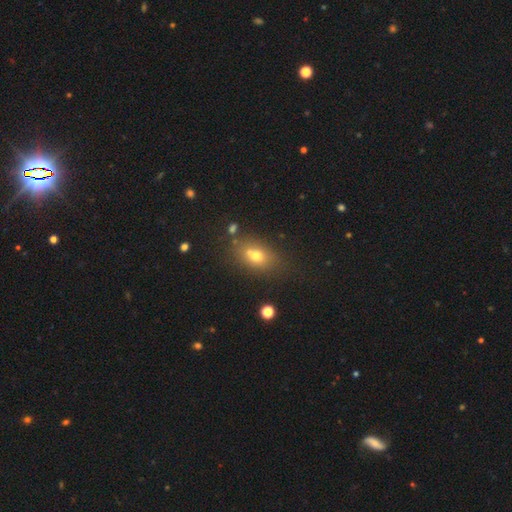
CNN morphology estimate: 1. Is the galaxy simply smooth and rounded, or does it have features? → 64% smooth, 19% featured or disk, 16% star or artifact.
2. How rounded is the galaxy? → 69% in between, 28% round, 4% cigar-shaped.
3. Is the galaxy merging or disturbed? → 56% none, 24% merger, 14% minor disturbance, 6% major disturbance.